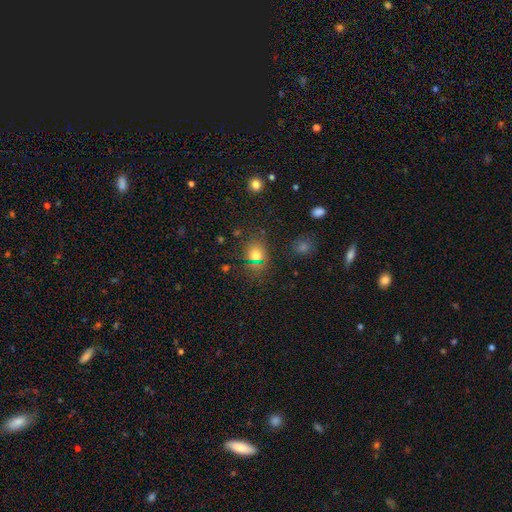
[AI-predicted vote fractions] Smooth or featured?
  - smooth: 68% *
  - star or artifact: 23%
  - featured or disk: 9%
How rounded?
  - round: 68% *
  - in between: 31%
  - cigar-shaped: 1%
Merging?
  - none: 76% *
  - minor disturbance: 13%
  - major disturbance: 5%
  - merger: 5%